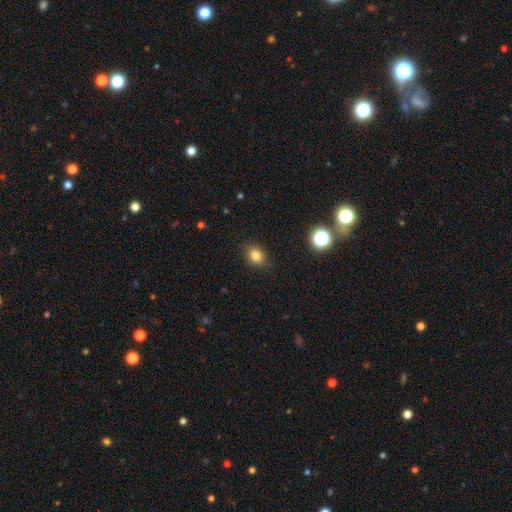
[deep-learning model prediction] Overall: smooth (82%). How rounded: in between (50%; round 49%). Merging: none (84%).